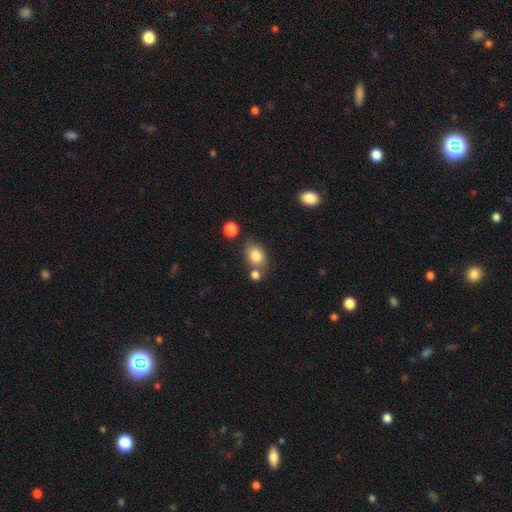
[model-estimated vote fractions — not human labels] Morphology: type=smooth (82%); roundness=in between (67%); merging=none (62%).